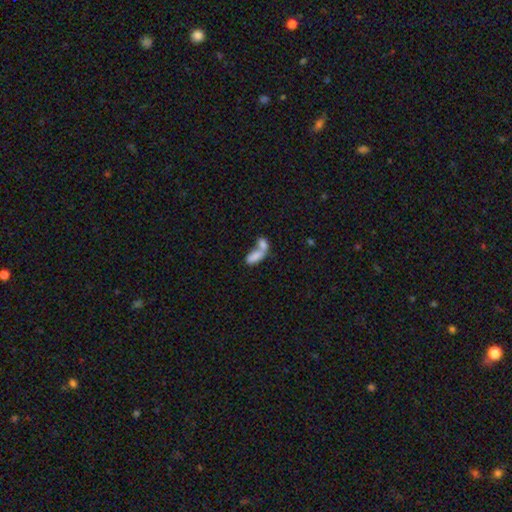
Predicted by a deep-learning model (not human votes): smooth-or-featured: smooth: 77% | featured or disk: 14% | star or artifact: 9%
  how-rounded: in between: 84% | cigar-shaped: 11% | round: 5%
  merging: merger: 73% | none: 15% | minor disturbance: 6% | major disturbance: 6%